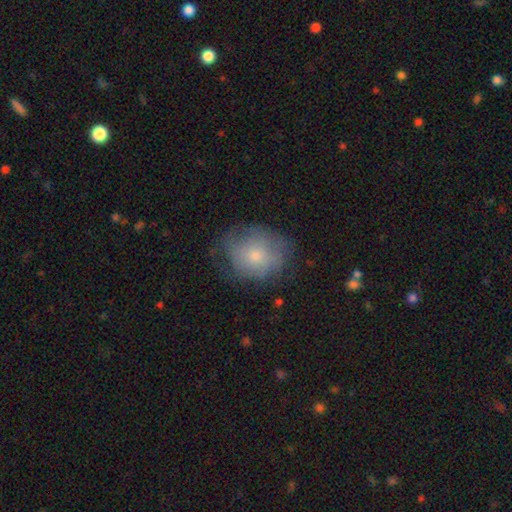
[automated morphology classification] smooth-or-featured: smooth: 67% | featured or disk: 25% | star or artifact: 9%
  how-rounded: round: 67% | in between: 32% | cigar-shaped: 1%
  merging: none: 56% | minor disturbance: 29% | major disturbance: 14% | merger: 1%